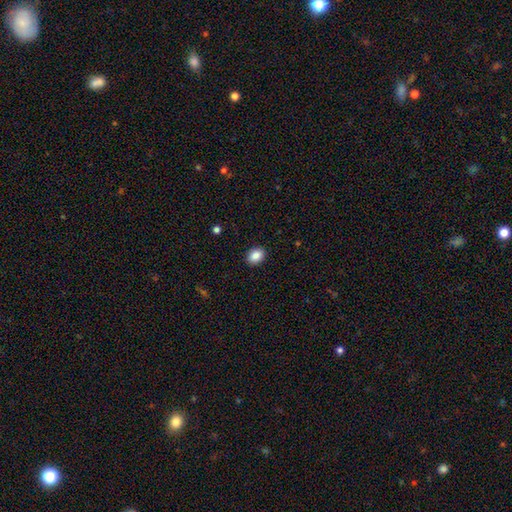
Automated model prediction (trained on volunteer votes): Smooth or featured: smooth — 87% (star or artifact — 8%)
How rounded: in between — 64% (round — 35%)
Merging: none — 91% (minor disturbance — 6%)